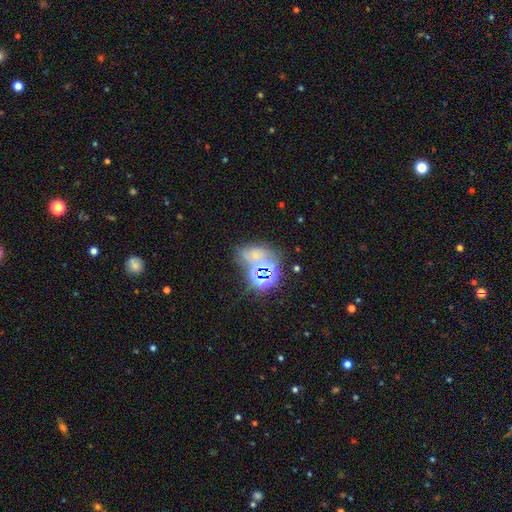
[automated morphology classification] Overall: star or artifact (46%; smooth 36%).